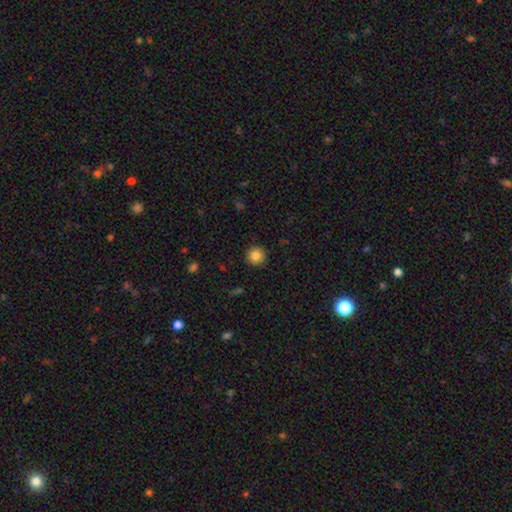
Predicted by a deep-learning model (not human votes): smooth-or-featured: smooth: 85% | star or artifact: 10% | featured or disk: 5%
  how-rounded: round: 95% | in between: 4% | cigar-shaped: 1%
  merging: none: 92% | minor disturbance: 5% | major disturbance: 2% | merger: 1%